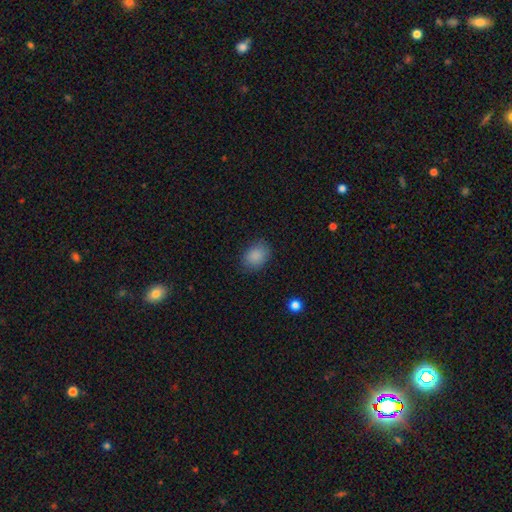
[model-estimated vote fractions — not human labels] Q: Smooth or featured?
A: smooth (87%); runner-up: star or artifact (9%)
Q: How rounded?
A: in between (62%); runner-up: round (37%)
Q: Merging?
A: none (82%); runner-up: minor disturbance (13%)